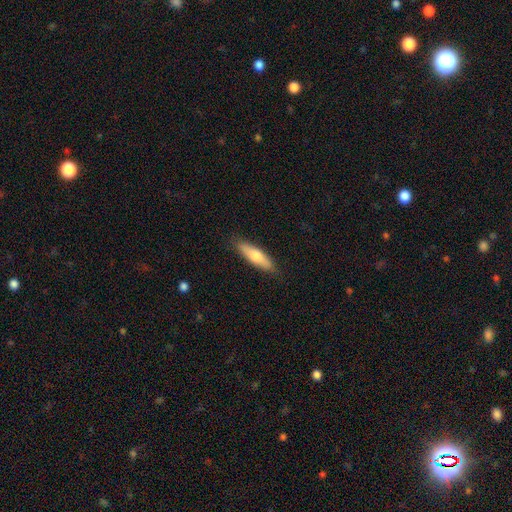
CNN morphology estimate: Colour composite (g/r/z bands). It shows a smooth galaxy with no disk features (67%) that is cigar-shaped (64%). Merging: none (87%).